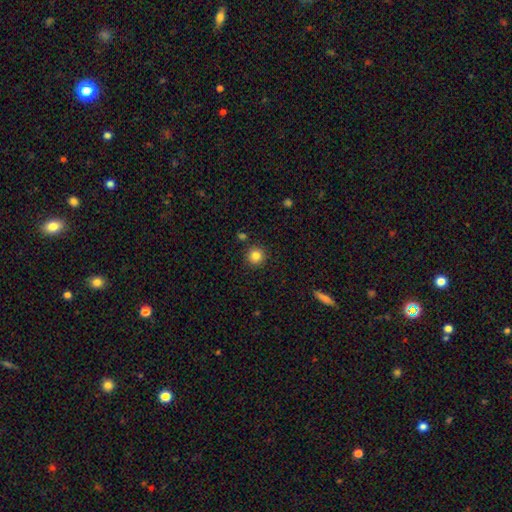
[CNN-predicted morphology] Overall: smooth (84%). How rounded: round (95%). Merging: none (90%).